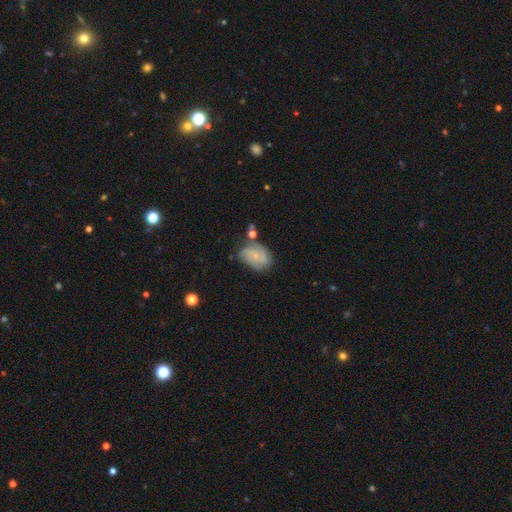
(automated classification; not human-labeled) Q: Smooth or featured?
A: featured or disk (56%); runner-up: smooth (35%)
Q: Edge-on disk?
A: no (97%); runner-up: yes (3%)
Q: Bar?
A: no (67%); runner-up: weak (28%)
Q: Spiral arms?
A: yes (84%); runner-up: no (16%)
Q: Bulge size?
A: small (72%); runner-up: none (14%)
Q: Merging?
A: none (56%); runner-up: minor disturbance (26%)